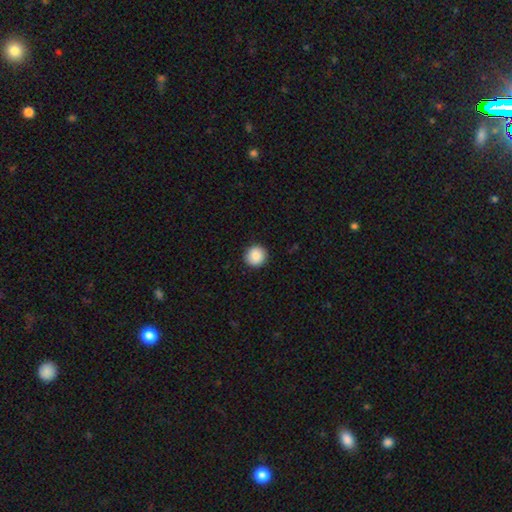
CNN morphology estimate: A smooth galaxy with no disk features (89%) that is round (95%). Merging: none (92%).